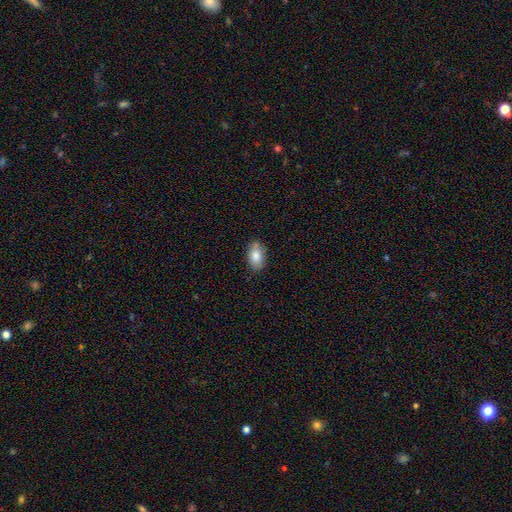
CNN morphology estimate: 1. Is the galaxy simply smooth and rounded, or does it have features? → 83% smooth, 10% featured or disk, 7% star or artifact.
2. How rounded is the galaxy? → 91% in between, 6% round, 2% cigar-shaped.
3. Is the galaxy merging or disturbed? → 84% none, 12% minor disturbance, 2% major disturbance, 1% merger.